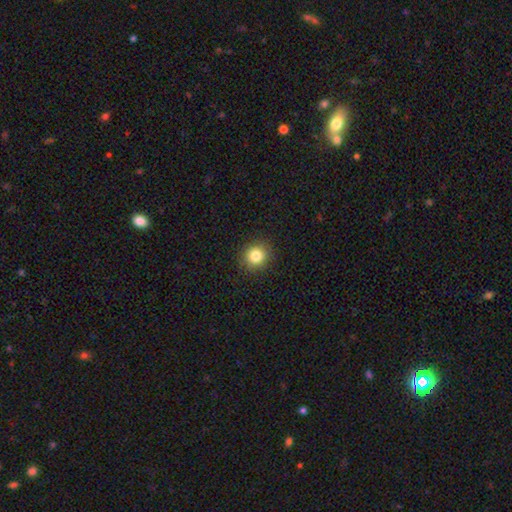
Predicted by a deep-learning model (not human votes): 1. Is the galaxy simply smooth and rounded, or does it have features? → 83% smooth, 11% star or artifact, 6% featured or disk.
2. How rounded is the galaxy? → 90% round, 9% in between, 1% cigar-shaped.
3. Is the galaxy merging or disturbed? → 90% none, 7% minor disturbance, 2% major disturbance, 1% merger.